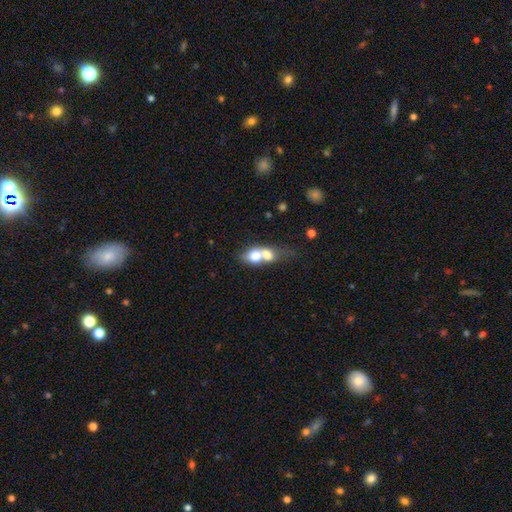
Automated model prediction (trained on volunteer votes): This appears to be a smooth galaxy with no disk features (65%) that is in between round and cigar-shaped (54%). Merging: merger (70%).